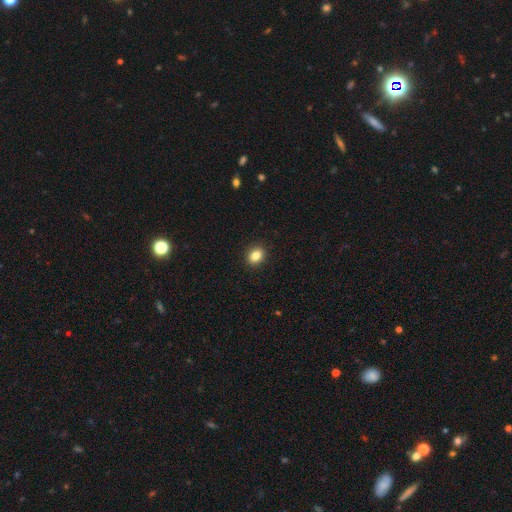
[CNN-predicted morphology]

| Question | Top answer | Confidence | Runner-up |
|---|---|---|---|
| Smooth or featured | smooth | 85% | star or artifact (10%) |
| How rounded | in between | 55% | round (44%) |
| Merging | none | 91% | minor disturbance (6%) |